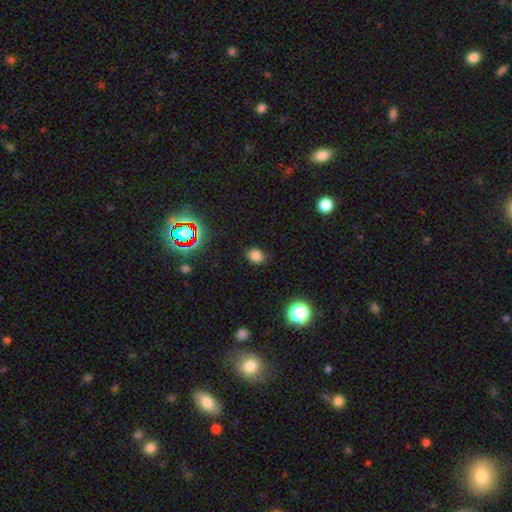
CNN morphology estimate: Smooth or featured? Predicted: smooth (p=0.79). How rounded? Predicted: in between (p=0.54). Merging? Predicted: none (p=0.83).